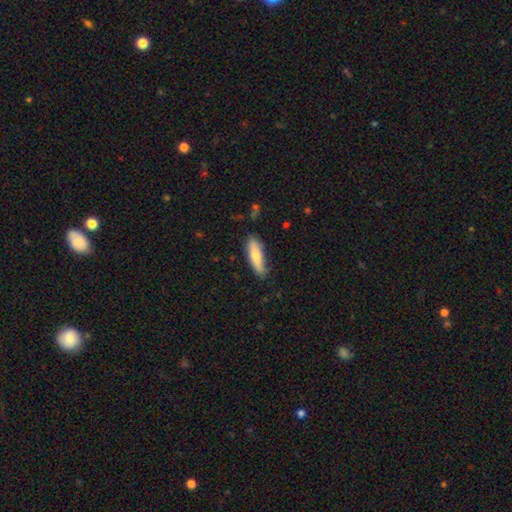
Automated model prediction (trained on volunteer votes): Smooth or featured? smooth (74%)
How rounded? cigar-shaped (60%)
Merging? none (79%)